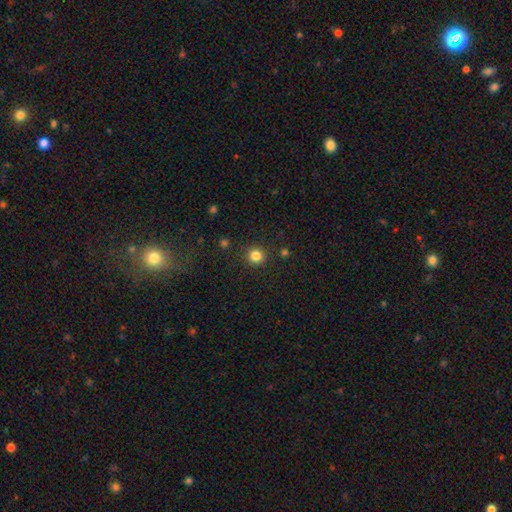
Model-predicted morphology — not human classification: smooth-or-featured: smooth: 83% | star or artifact: 12% | featured or disk: 4%
  how-rounded: round: 94% | in between: 5% | cigar-shaped: 1%
  merging: none: 90% | minor disturbance: 6% | major disturbance: 2% | merger: 2%